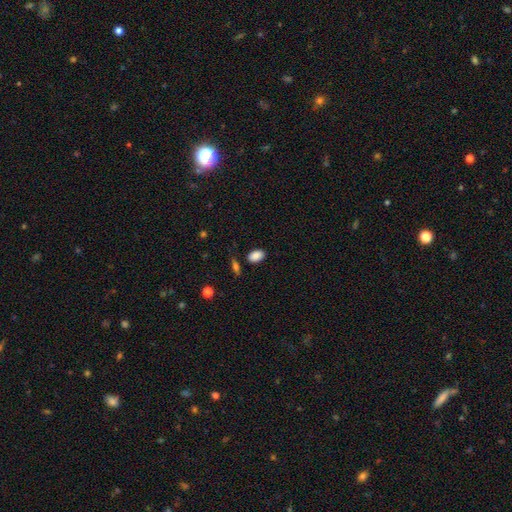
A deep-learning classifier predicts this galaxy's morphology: Smooth or featured?
  - smooth: 88% *
  - star or artifact: 8%
  - featured or disk: 4%
How rounded?
  - in between: 90% *
  - round: 8%
  - cigar-shaped: 2%
Merging?
  - none: 81% *
  - minor disturbance: 12%
  - merger: 4%
  - major disturbance: 3%